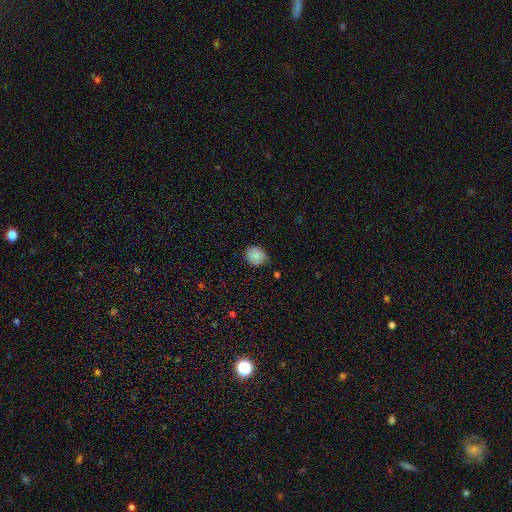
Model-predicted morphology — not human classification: smooth 88%, star or artifact 8%, featured or disk 4%. Down the decision tree: how rounded — round (62%); merging — none (75%).